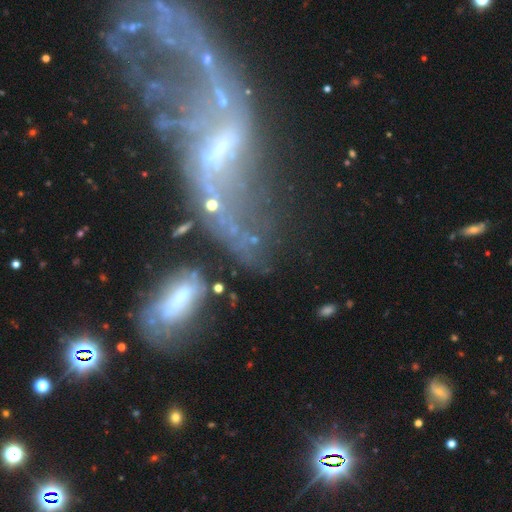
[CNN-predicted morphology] type=featured or disk (45%); merging=none (39%).